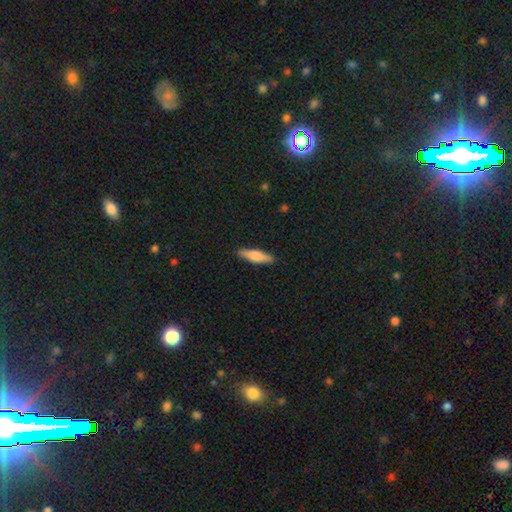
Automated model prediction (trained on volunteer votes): The model was most divided on "smooth or featured": smooth: 63%, featured or disk: 31%, star or artifact: 6%. More confident: merging — none (90%); how rounded — cigar-shaped (71%).